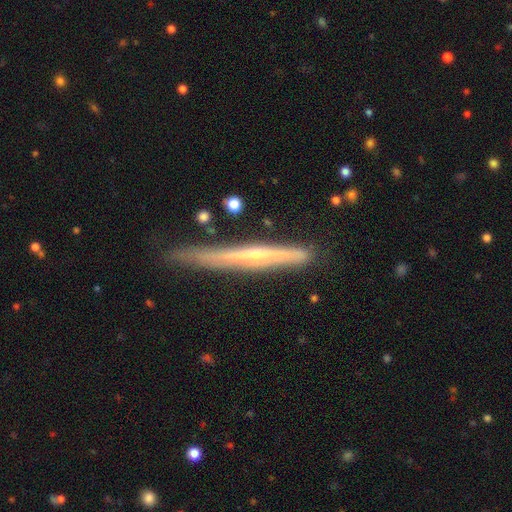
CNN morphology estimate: smooth_or_featured: featured or disk (p=0.73) [alt: smooth p=0.21]
disk_edge_on: yes (p=0.96) [alt: no p=0.04]
edge_on_bulge: rounded (p=0.62) [alt: none p=0.35]
merging: none (p=0.79) [alt: minor disturbance p=0.16]